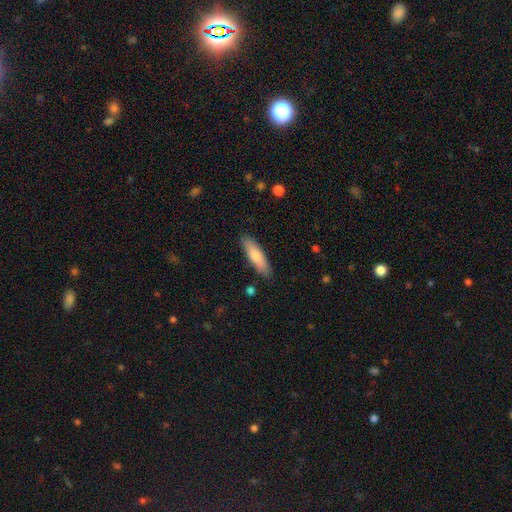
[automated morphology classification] smooth_or_featured: smooth (p=0.74) [alt: featured or disk p=0.20]
how_rounded: cigar-shaped (p=0.60) [alt: in between p=0.38]
merging: none (p=0.86) [alt: minor disturbance p=0.10]